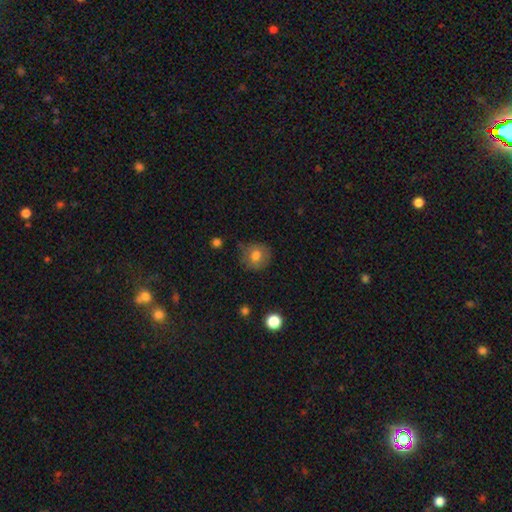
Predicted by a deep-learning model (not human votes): smooth_or_featured: smooth (p=0.76) [alt: featured or disk p=0.14]
how_rounded: round (p=0.85) [alt: in between p=0.14]
merging: none (p=0.70) [alt: minor disturbance p=0.23]